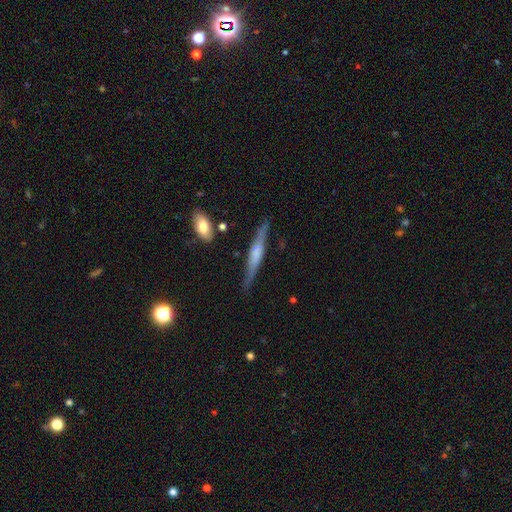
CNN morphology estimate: Overall: featured or disk (64%; smooth 30%). Edge-on disk: yes (95%). Edge-on bulge: rounded (43%; boxy 32%). Merging: none (82%).